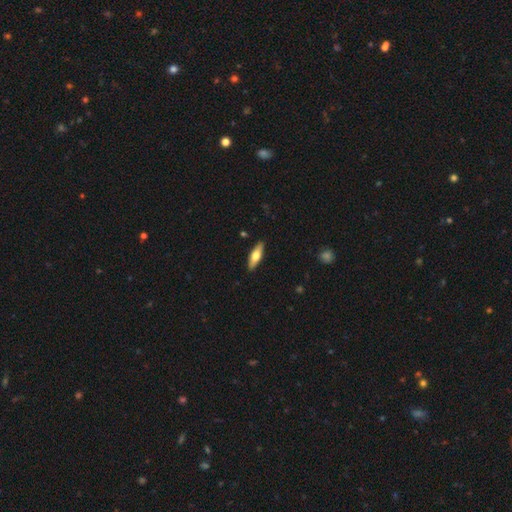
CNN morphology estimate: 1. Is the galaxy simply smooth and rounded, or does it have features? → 57% smooth, 37% featured or disk, 5% star or artifact.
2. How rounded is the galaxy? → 50% cigar-shaped, 47% in between, 2% round.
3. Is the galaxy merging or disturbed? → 90% none, 7% minor disturbance, 2% major disturbance, 1% merger.